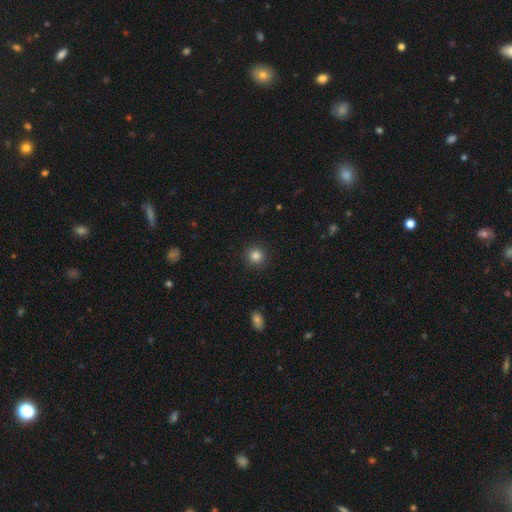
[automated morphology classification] Q: Smooth or featured?
A: smooth (84%); runner-up: star or artifact (11%)
Q: How rounded?
A: round (94%); runner-up: in between (5%)
Q: Merging?
A: none (92%); runner-up: minor disturbance (5%)